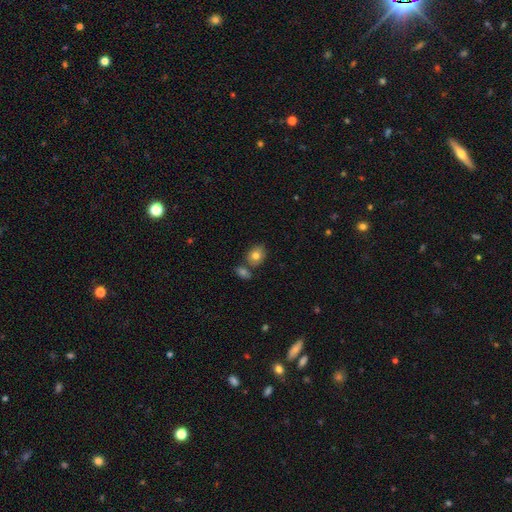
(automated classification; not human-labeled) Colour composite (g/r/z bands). It shows a smooth galaxy with no disk features (78%) that is in between round and cigar-shaped (50%). Merging: none (67%).